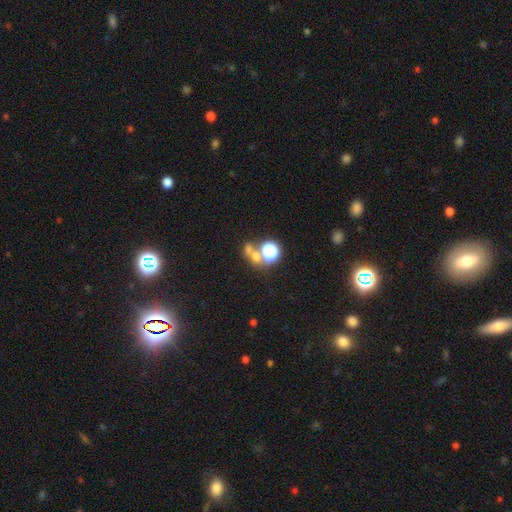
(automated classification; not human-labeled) Overall: smooth (48%; star or artifact 39%). Merging: none (48%; merger 37%).